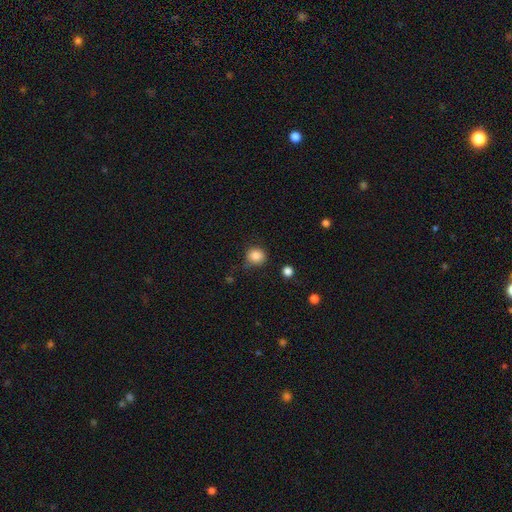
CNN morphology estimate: smooth_or_featured: smooth (p=0.85) [alt: star or artifact p=0.10]
how_rounded: round (p=0.88) [alt: in between p=0.11]
merging: none (p=0.80) [alt: minor disturbance p=0.14]